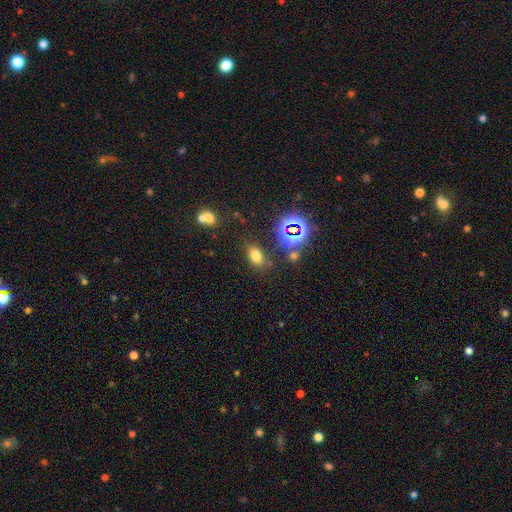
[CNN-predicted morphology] smooth-or-featured: smooth: 67% | star or artifact: 23% | featured or disk: 9%
  how-rounded: in between: 79% | round: 18% | cigar-shaped: 3%
  merging: none: 76% | minor disturbance: 12% | merger: 7% | major disturbance: 5%